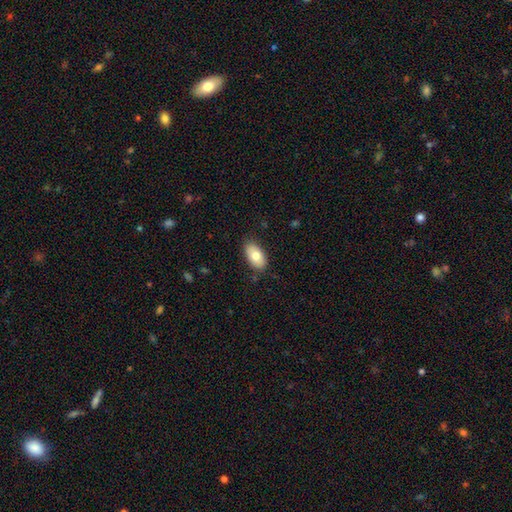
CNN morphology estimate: Smooth or featured? smooth (74%)
How rounded? in between (93%)
Merging? none (84%)